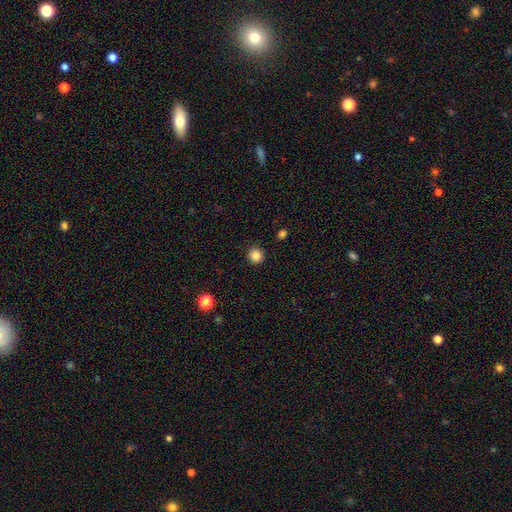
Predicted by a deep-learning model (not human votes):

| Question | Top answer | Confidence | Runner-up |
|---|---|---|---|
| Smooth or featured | smooth | 84% | star or artifact (12%) |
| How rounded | round | 94% | in between (5%) |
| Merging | none | 92% | minor disturbance (5%) |